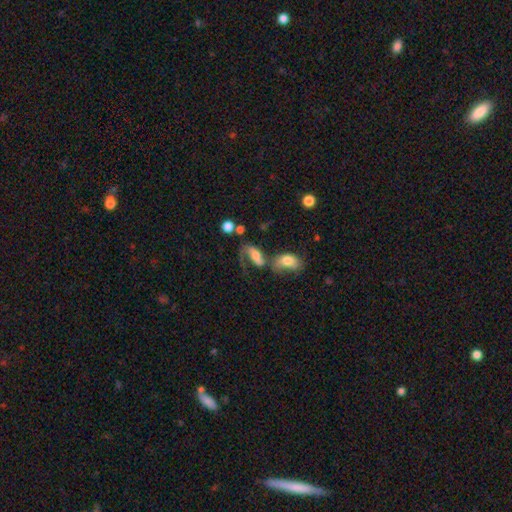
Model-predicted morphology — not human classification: Smooth or featured? Predicted: featured or disk (p=0.47). Merging? Predicted: merger (p=0.43).